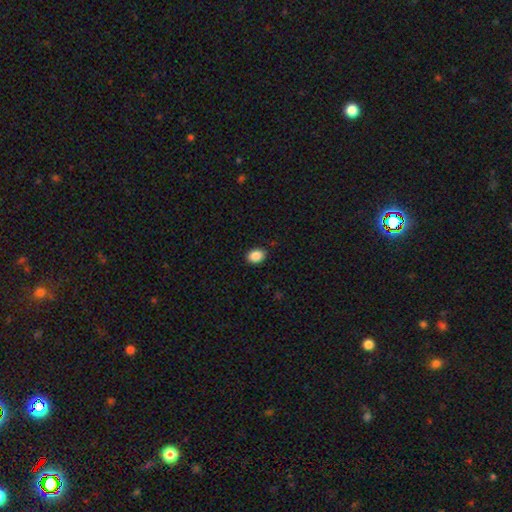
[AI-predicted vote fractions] A smooth galaxy with no disk features (89%) that is in between round and cigar-shaped (71%). Merging: none (89%).